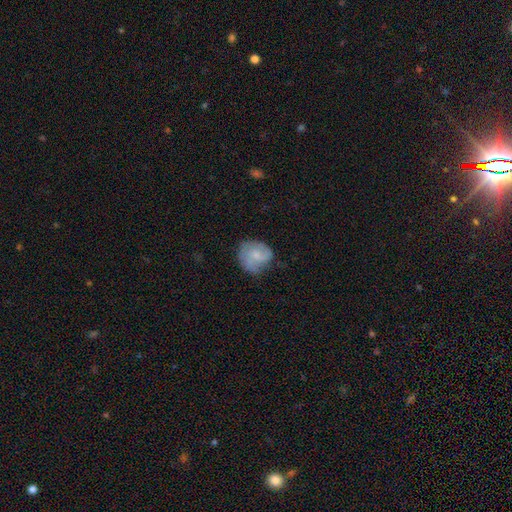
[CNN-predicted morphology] smooth_or_featured: smooth (p=0.47) [alt: featured or disk p=0.46]
merging: none (p=0.59) [alt: minor disturbance p=0.28]